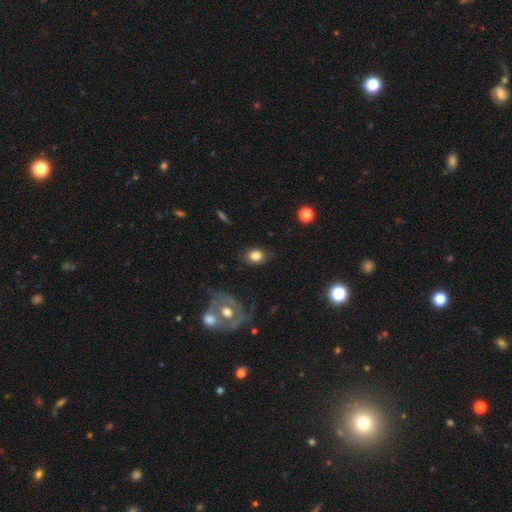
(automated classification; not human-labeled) Morphology: type=smooth (80%); roundness=in between (63%); merging=none (77%).